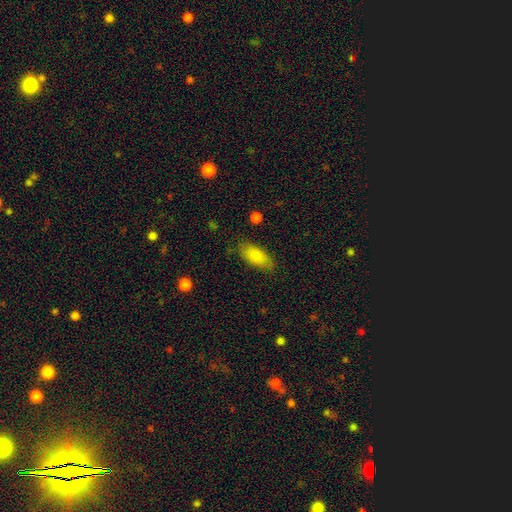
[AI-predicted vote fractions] smooth_or_featured: smooth (p=0.81) [alt: featured or disk p=0.12]
how_rounded: in between (p=0.84) [alt: cigar-shaped p=0.13]
merging: none (p=0.79) [alt: minor disturbance p=0.16]